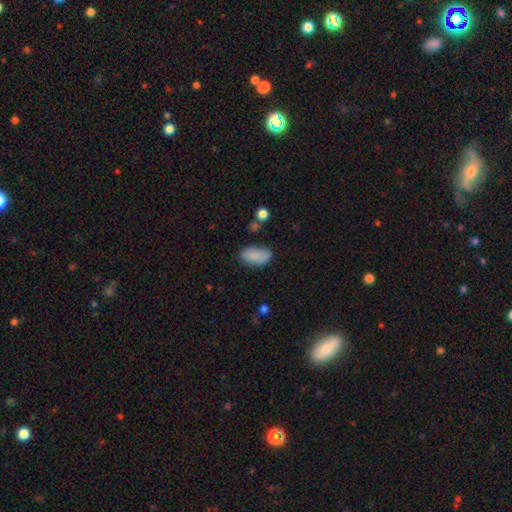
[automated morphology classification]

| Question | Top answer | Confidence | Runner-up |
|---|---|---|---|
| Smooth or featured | smooth | 86% | star or artifact (8%) |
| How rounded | in between | 93% | round (4%) |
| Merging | none | 72% | minor disturbance (20%) |